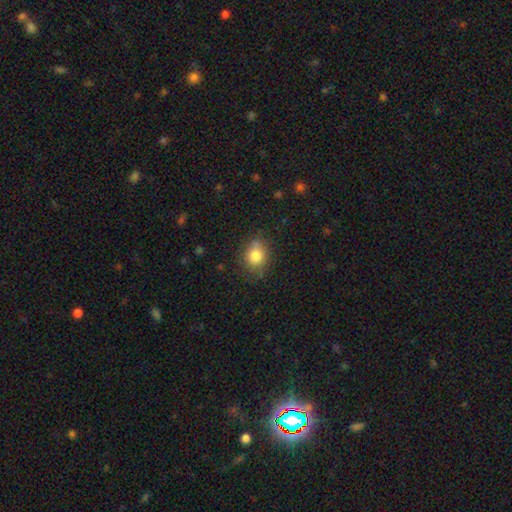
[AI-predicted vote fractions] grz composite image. It shows a smooth galaxy with no disk features (80%) that is round (62%). Merging: none (69%).